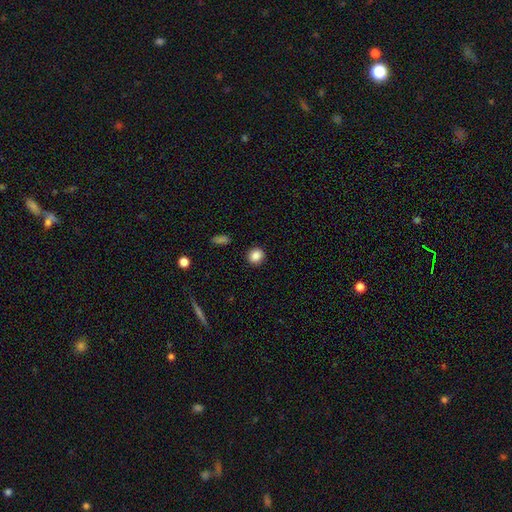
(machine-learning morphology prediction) Smooth or featured: smooth — 87% (star or artifact — 9%)
How rounded: round — 80% (in between — 19%)
Merging: none — 90% (minor disturbance — 7%)